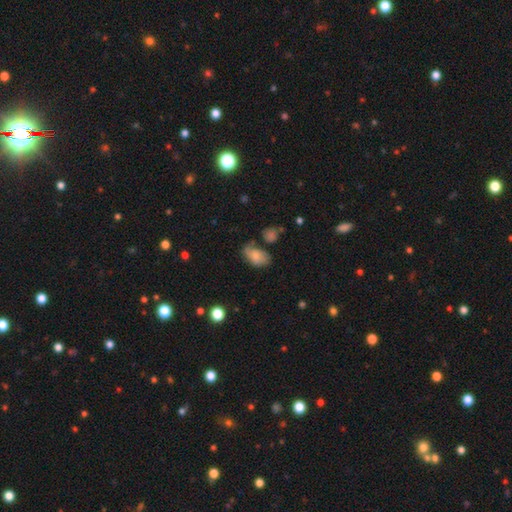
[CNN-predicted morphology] smooth 64%, featured or disk 27%, star or artifact 9%. Down the decision tree: how rounded — in between (88%); merging — none (45%).